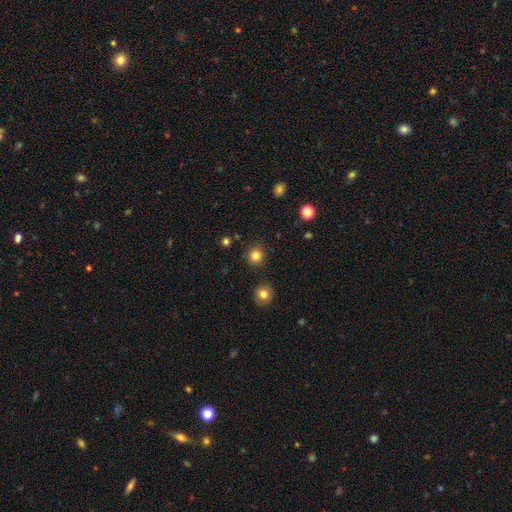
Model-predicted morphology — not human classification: Smooth or featured: smooth — 82% (star or artifact — 13%)
How rounded: round — 92% (in between — 7%)
Merging: none — 90% (minor disturbance — 6%)